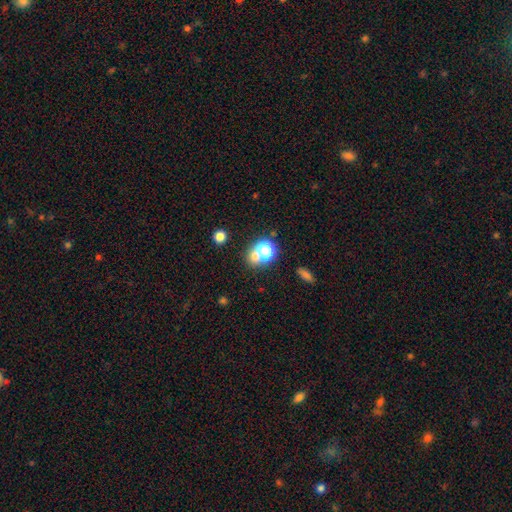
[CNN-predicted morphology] Q: Smooth or featured?
A: smooth (67%); runner-up: star or artifact (17%)
Q: How rounded?
A: round (64%); runner-up: in between (35%)
Q: Merging?
A: merger (47%); runner-up: none (38%)